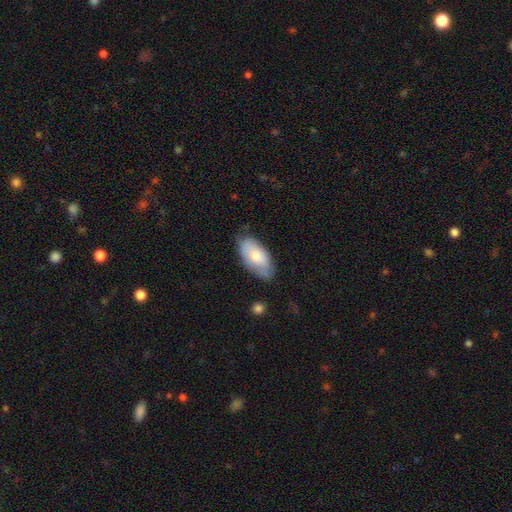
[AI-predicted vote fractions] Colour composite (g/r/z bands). It shows a smooth galaxy with no disk features (71%) that is in between round and cigar-shaped (94%). Merging: none (67%).